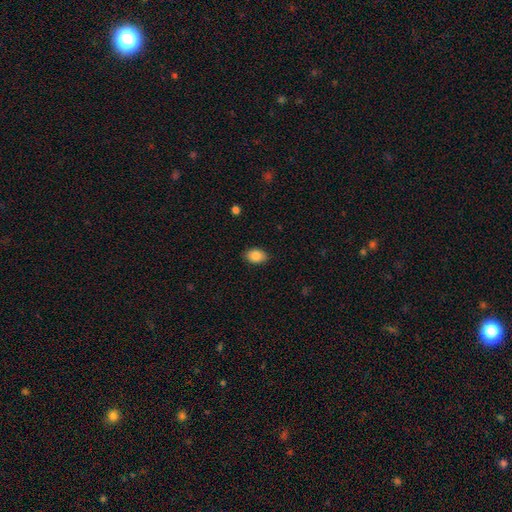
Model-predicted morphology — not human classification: type=smooth (86%); roundness=in between (85%); merging=none (87%).